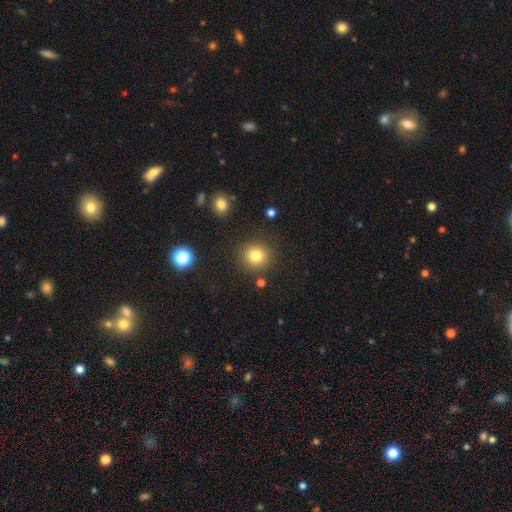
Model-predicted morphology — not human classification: Smooth or featured? Predicted: smooth (p=0.81). How rounded? Predicted: round (p=0.92). Merging? Predicted: none (p=0.87).